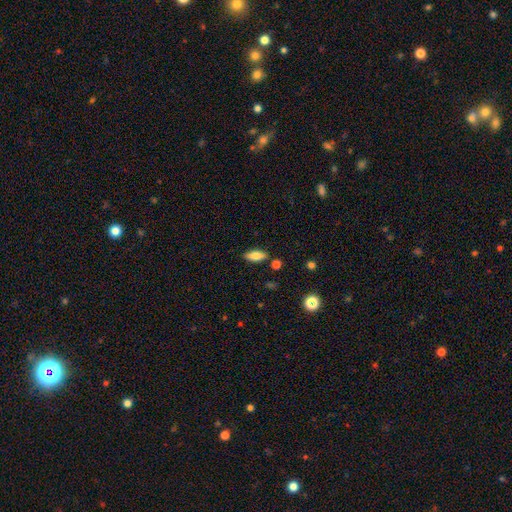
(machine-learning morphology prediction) Smooth or featured?
  - smooth: 79% *
  - featured or disk: 13%
  - star or artifact: 8%
How rounded?
  - in between: 79% *
  - cigar-shaped: 19%
  - round: 3%
Merging?
  - none: 83% *
  - minor disturbance: 11%
  - merger: 4%
  - major disturbance: 2%